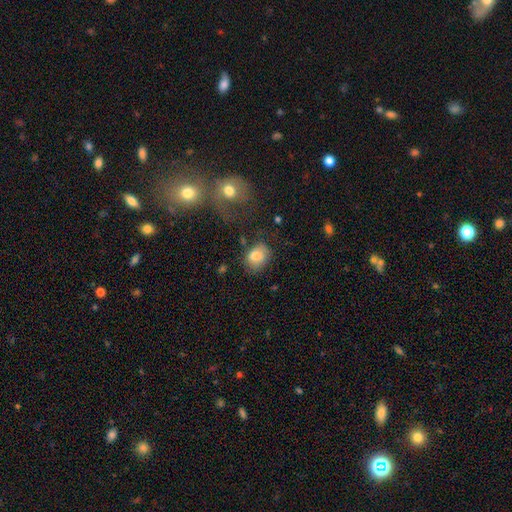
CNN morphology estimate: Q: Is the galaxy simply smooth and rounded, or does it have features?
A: smooth — 80%.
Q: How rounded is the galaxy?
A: in between — 58%.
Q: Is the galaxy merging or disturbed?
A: none — 64%.